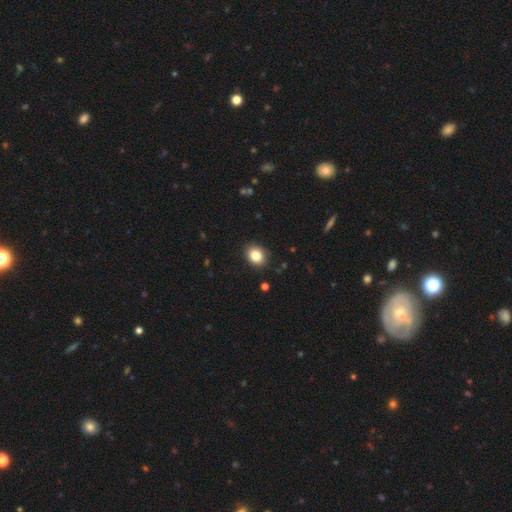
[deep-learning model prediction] Smooth or featured? Predicted: smooth (p=0.84). How rounded? Predicted: round (p=0.57). Merging? Predicted: none (p=0.88).